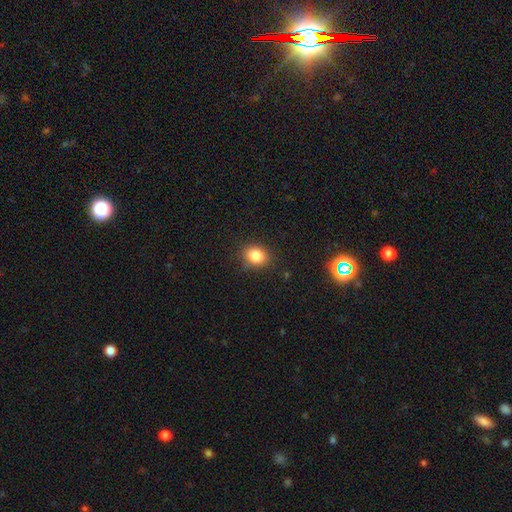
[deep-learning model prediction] Overall: smooth (84%). How rounded: in between (51%; round 48%). Merging: none (84%).